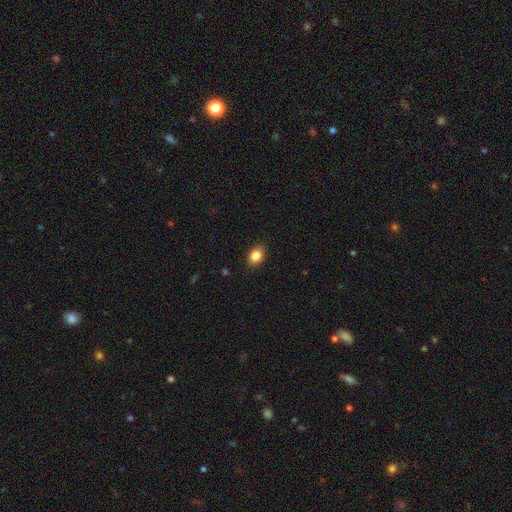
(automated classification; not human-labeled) Smooth or featured? Predicted: smooth (p=0.85). How rounded? Predicted: in between (p=0.70). Merging? Predicted: none (p=0.89).